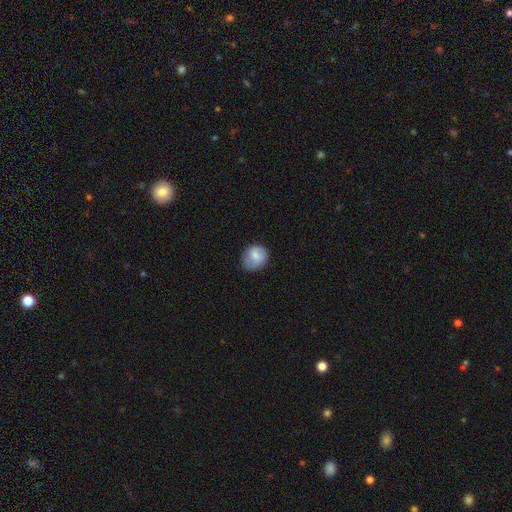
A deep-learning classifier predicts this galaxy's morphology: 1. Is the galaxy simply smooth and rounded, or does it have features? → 77% smooth, 16% featured or disk, 7% star or artifact.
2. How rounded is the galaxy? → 72% round, 27% in between, 1% cigar-shaped.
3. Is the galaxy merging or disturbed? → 68% none, 24% minor disturbance, 6% major disturbance, 1% merger.